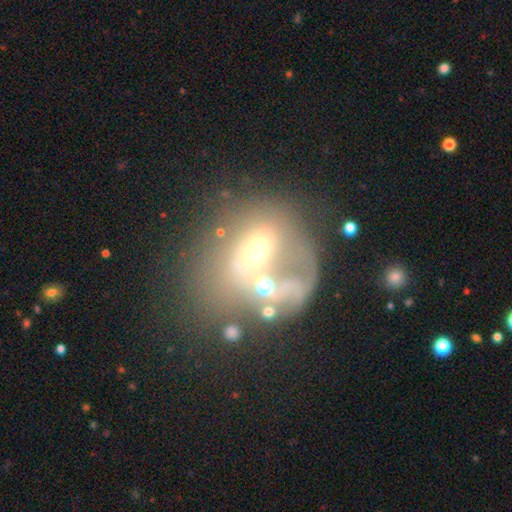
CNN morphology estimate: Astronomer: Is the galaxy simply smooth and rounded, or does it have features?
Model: smooth — 42% (runner-up: featured or disk, 41%).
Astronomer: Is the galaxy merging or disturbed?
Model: merger — 45% (runner-up: none, 22%).